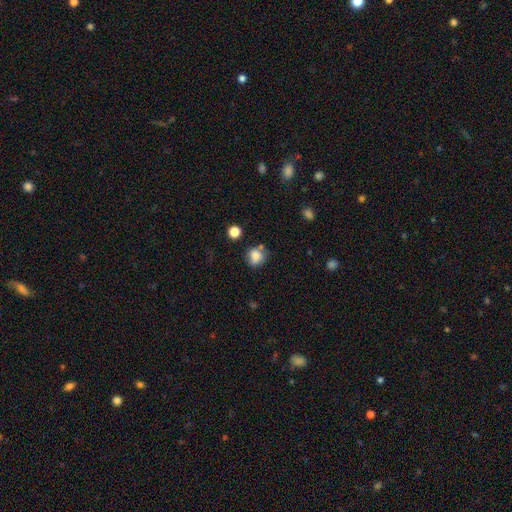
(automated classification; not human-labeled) Smooth or featured: smooth — 80% (star or artifact — 11%)
How rounded: round — 73% (in between — 26%)
Merging: none — 60% (minor disturbance — 23%)